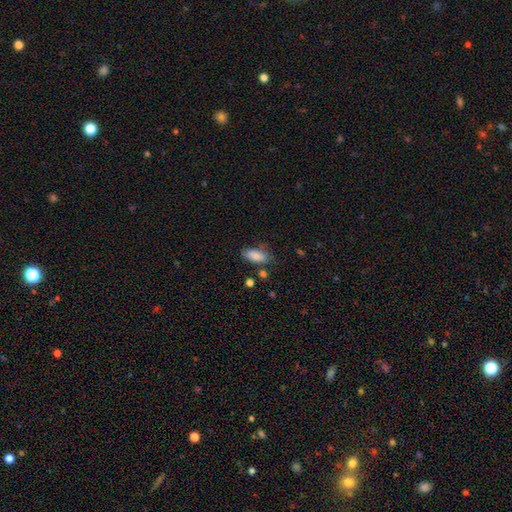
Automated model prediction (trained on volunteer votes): smooth_or_featured: smooth (p=0.84) [alt: featured or disk p=0.09]
how_rounded: in between (p=0.85) [alt: cigar-shaped p=0.12]
merging: none (p=0.68) [alt: minor disturbance p=0.21]